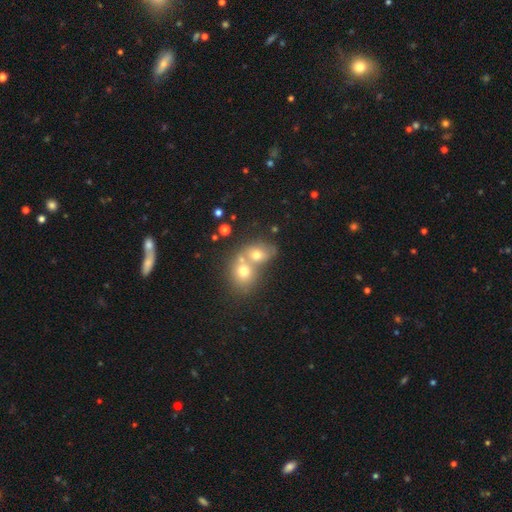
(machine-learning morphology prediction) smooth_or_featured: smooth (p=0.57) [alt: featured or disk p=0.25]
how_rounded: round (p=0.58) [alt: in between p=0.40]
merging: merger (p=0.67) [alt: none p=0.24]